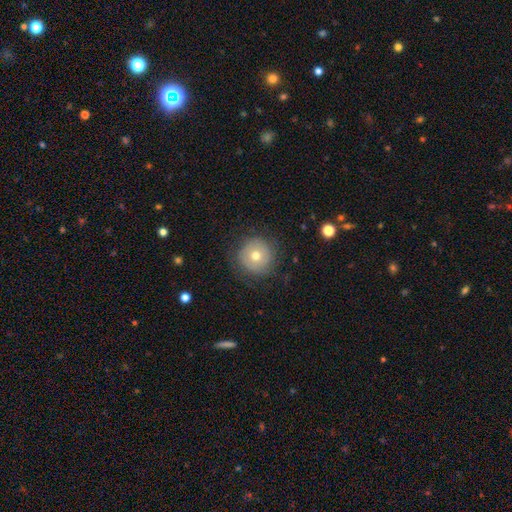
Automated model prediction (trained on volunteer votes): This is likely a smooth galaxy (63%). How rounded: clearly round (95%). Merging: likely none (80%).